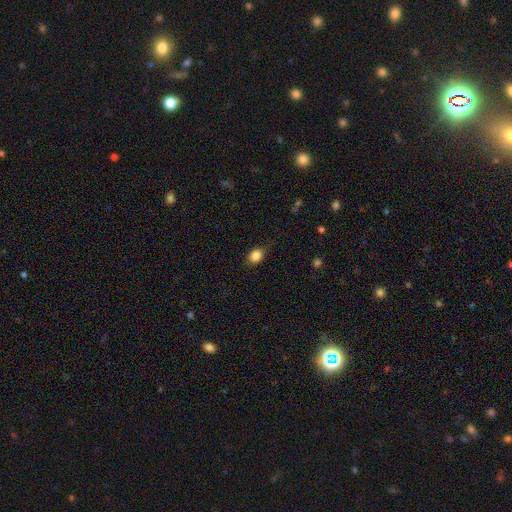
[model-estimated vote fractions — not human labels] Smooth or featured: smooth — 84% (star or artifact — 10%)
How rounded: in between — 59% (round — 39%)
Merging: none — 74% (minor disturbance — 20%)